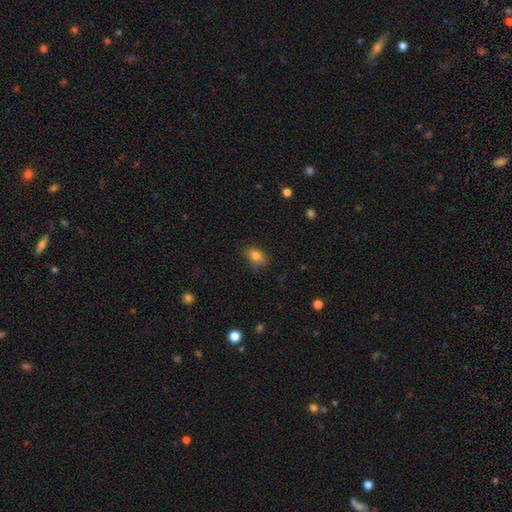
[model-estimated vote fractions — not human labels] Q: Smooth or featured?
A: smooth (82%); runner-up: star or artifact (11%)
Q: How rounded?
A: in between (80%); runner-up: round (18%)
Q: Merging?
A: none (79%); runner-up: minor disturbance (17%)